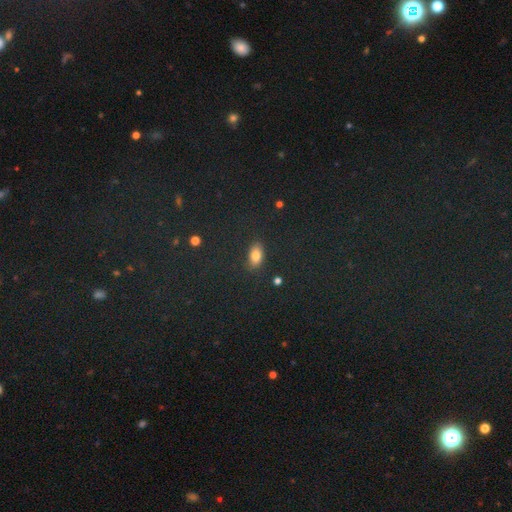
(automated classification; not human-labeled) A smooth galaxy with no disk features (81%) that is in between round and cigar-shaped (88%).

Vote fractions:
- Smooth or featured? smooth: 81% / star or artifact: 11% / featured or disk: 8%
- How rounded? in between: 88% / round: 9% / cigar-shaped: 3%
- Merging? none: 86% / minor disturbance: 10% / major disturbance: 3% / merger: 2%